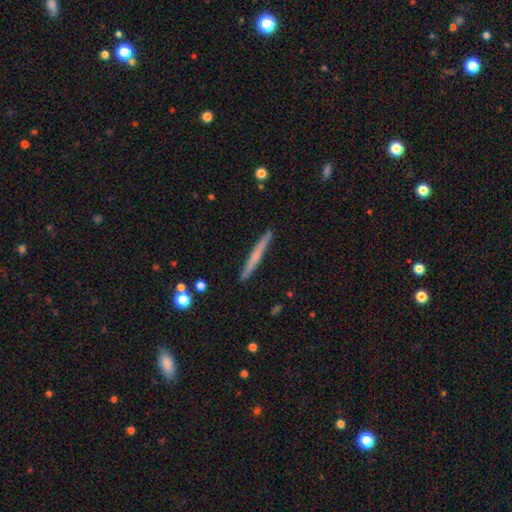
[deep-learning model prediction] Smooth or featured?
  - featured or disk: 48% *
  - smooth: 46%
  - star or artifact: 6%
Merging?
  - none: 91% *
  - minor disturbance: 6%
  - merger: 1%
  - major disturbance: 1%